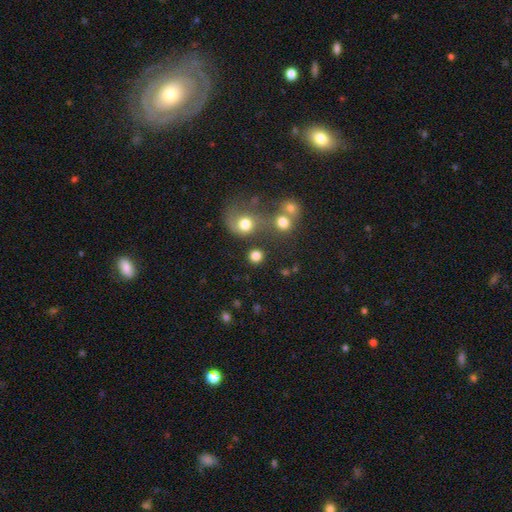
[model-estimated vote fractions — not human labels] Overall: smooth (79%). How rounded: round (88%). Merging: none (68%).